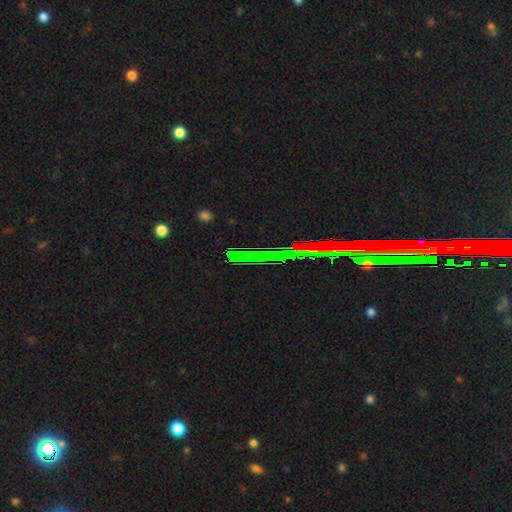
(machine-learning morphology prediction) star or artifact 73%, featured or disk 15%, smooth 12%.